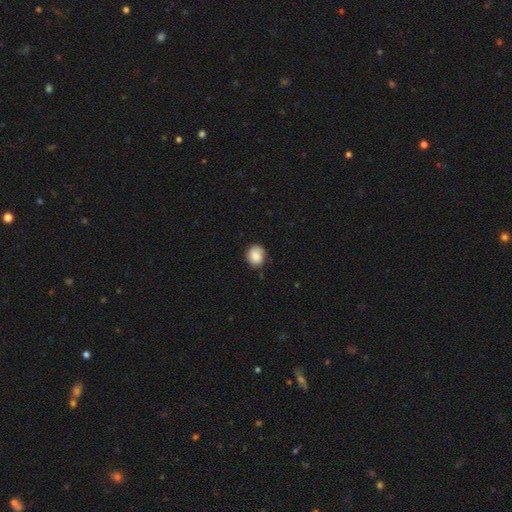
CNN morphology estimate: smooth_or_featured: smooth (p=0.74) [alt: featured or disk p=0.18]
how_rounded: round (p=0.75) [alt: in between p=0.25]
merging: none (p=0.72) [alt: minor disturbance p=0.22]